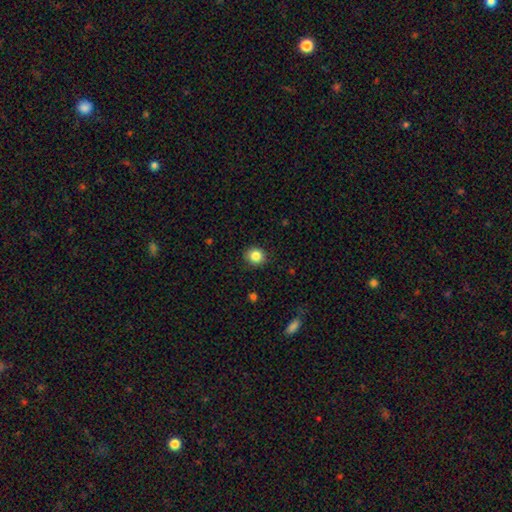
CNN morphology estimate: type=smooth (85%); roundness=round (83%); merging=none (89%).